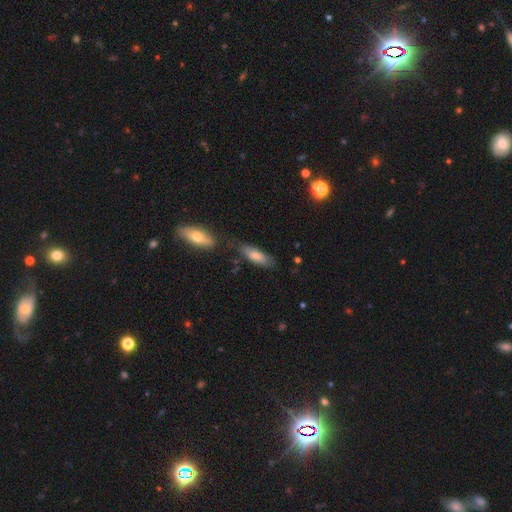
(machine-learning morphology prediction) This is likely a smooth galaxy (69%). How rounded: likely in between (63%). Merging: likely none (67%).